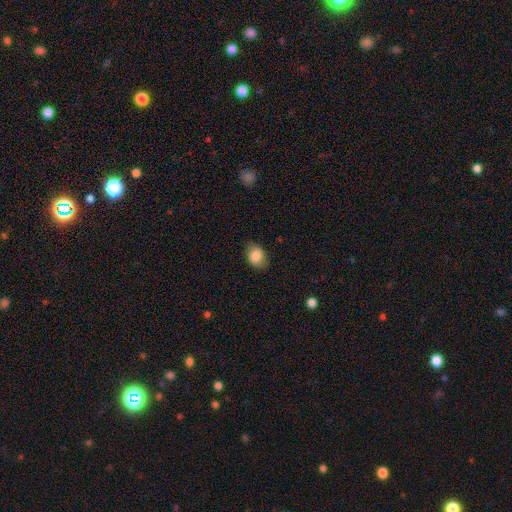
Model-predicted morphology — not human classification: Smooth or featured? smooth (84%)
How rounded? in between (65%)
Merging? none (79%)